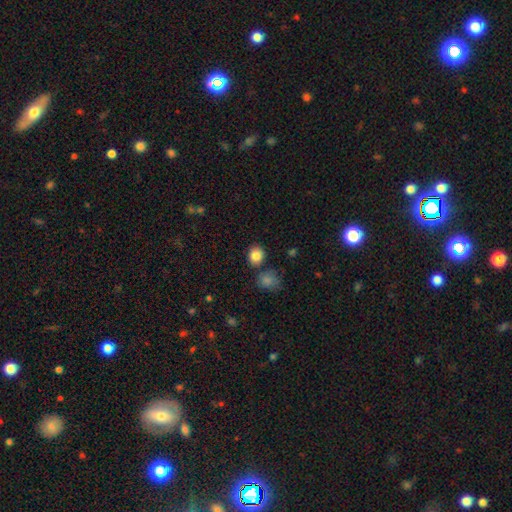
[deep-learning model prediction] Morphology: type=smooth (86%); roundness=round (69%); merging=none (79%).